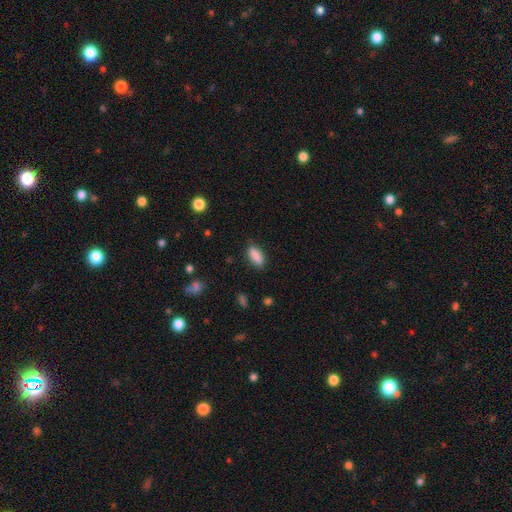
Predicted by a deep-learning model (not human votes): Q: Smooth or featured?
A: smooth (88%); runner-up: star or artifact (8%)
Q: How rounded?
A: in between (77%); runner-up: cigar-shaped (20%)
Q: Merging?
A: none (83%); runner-up: minor disturbance (13%)